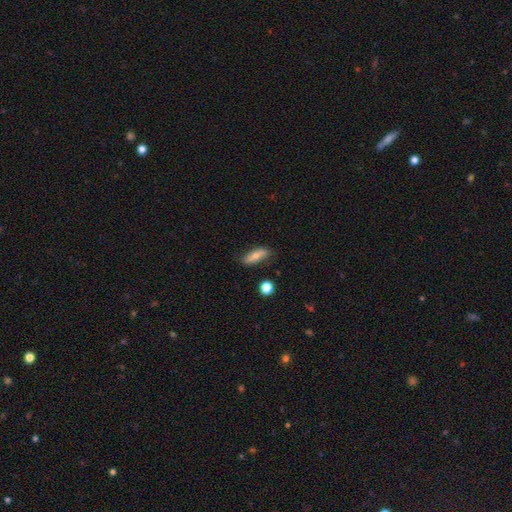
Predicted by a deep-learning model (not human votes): A smooth galaxy with no disk features (67%) that is in between round and cigar-shaped (58%). Merging: none (77%).